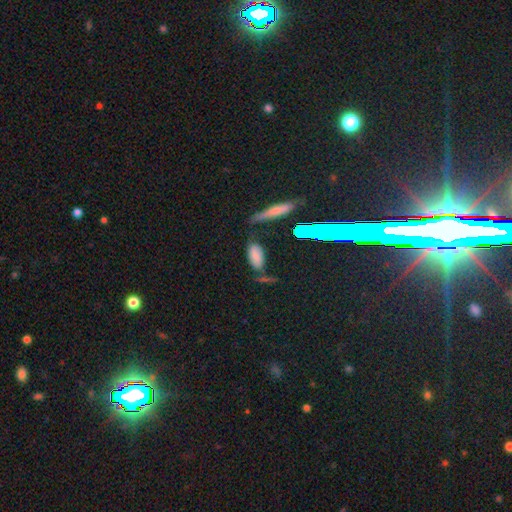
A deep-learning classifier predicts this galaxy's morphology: Smooth or featured?
  - smooth: 75% *
  - featured or disk: 13%
  - star or artifact: 12%
How rounded?
  - in between: 90% *
  - cigar-shaped: 7%
  - round: 3%
Merging?
  - none: 60% *
  - minor disturbance: 22%
  - merger: 10%
  - major disturbance: 9%